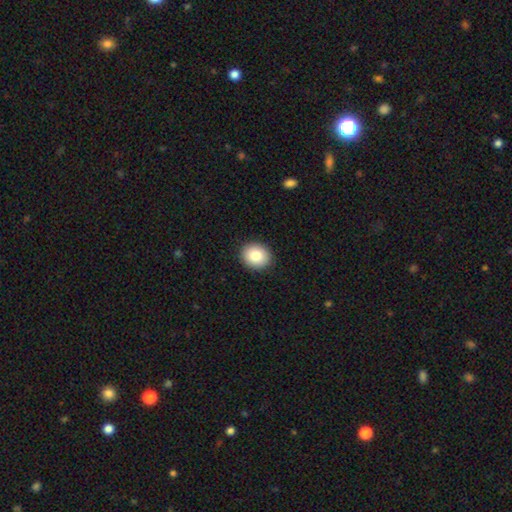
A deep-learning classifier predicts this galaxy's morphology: type=smooth (84%); roundness=round (66%); merging=none (91%).